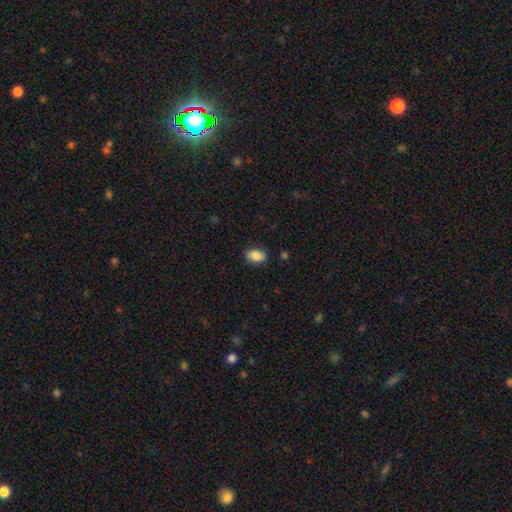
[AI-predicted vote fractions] smooth 86%, star or artifact 8%, featured or disk 7%. Down the decision tree: how rounded — in between (88%); merging — none (86%).